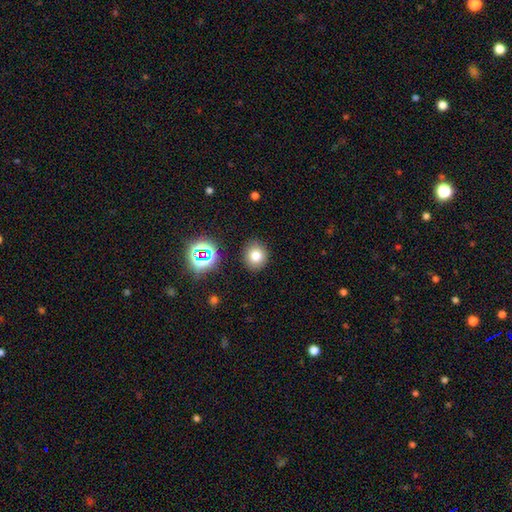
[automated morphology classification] smooth_or_featured: smooth (p=0.74) [alt: star or artifact p=0.17]
how_rounded: round (p=0.77) [alt: in between p=0.22]
merging: none (p=0.87) [alt: minor disturbance p=0.08]